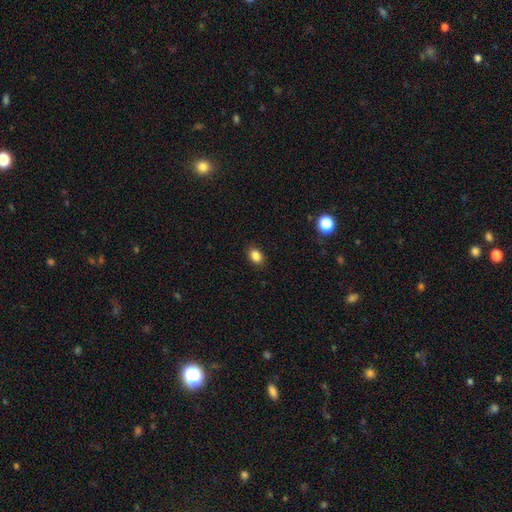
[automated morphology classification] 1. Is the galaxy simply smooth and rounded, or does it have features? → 86% smooth, 10% star or artifact, 4% featured or disk.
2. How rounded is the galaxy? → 78% in between, 21% round, 1% cigar-shaped.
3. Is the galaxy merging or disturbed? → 89% none, 8% minor disturbance, 2% major disturbance, 1% merger.